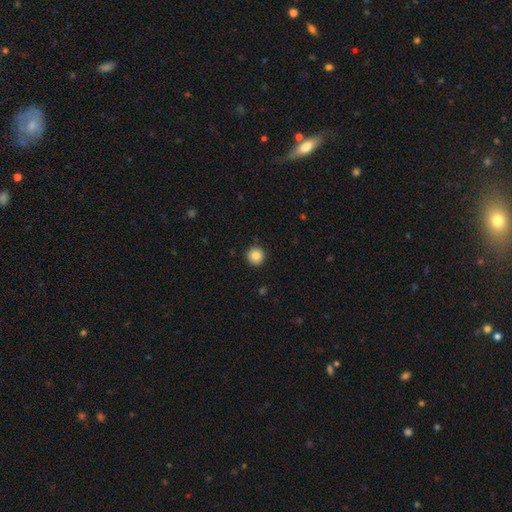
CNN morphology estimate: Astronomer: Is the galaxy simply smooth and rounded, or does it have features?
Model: smooth — 85%.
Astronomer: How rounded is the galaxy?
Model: round — 95%.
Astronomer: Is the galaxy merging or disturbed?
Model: none — 92%.